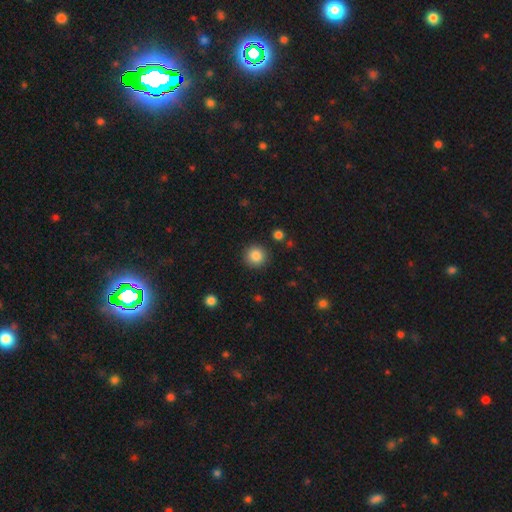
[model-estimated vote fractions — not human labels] Q: Smooth or featured?
A: smooth (85%); runner-up: star or artifact (10%)
Q: How rounded?
A: round (95%); runner-up: in between (4%)
Q: Merging?
A: none (90%); runner-up: minor disturbance (6%)